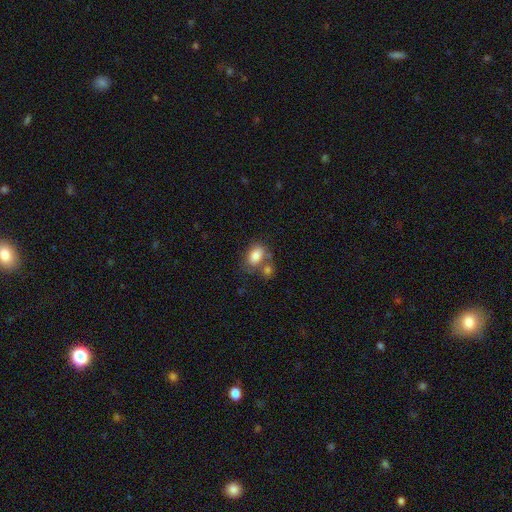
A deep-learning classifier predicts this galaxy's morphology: A smooth galaxy with no disk features (82%) that is in between round and cigar-shaped (84%). Merging: none (45%).